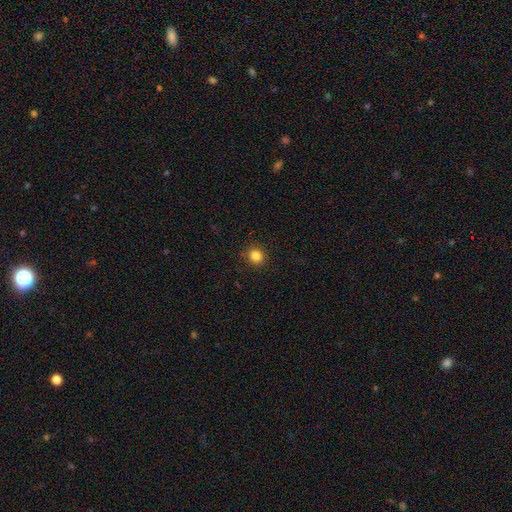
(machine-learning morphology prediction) type=smooth (85%); roundness=round (88%); merging=none (90%).